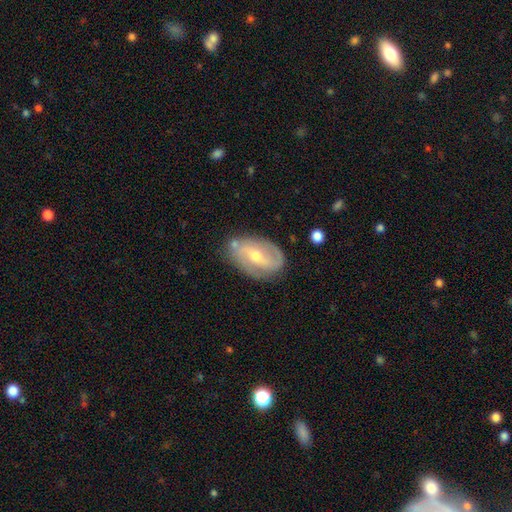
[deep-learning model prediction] Morphology: type=featured or disk (77%); edge-on=no (95%); bar=weak (46%); spiral arms=yes (87%); winding=medium (45%); arm count=2 (77%); bulge=moderate (57%); merging=none (74%).